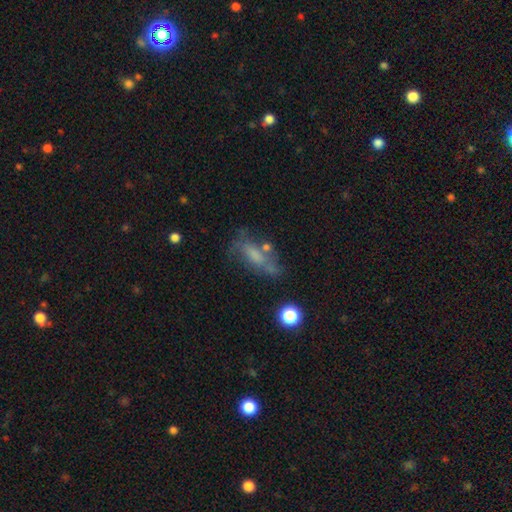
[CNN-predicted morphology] Overall: smooth (46%; featured or disk 38%). Merging: none (46%; minor disturbance 23%).